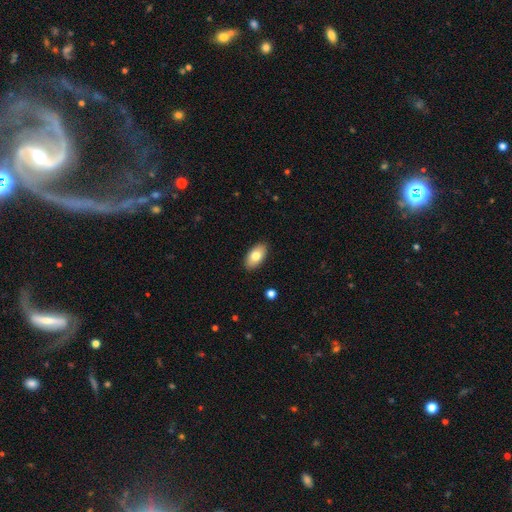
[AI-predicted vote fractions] smooth_or_featured: smooth (p=0.79) [alt: featured or disk p=0.15]
how_rounded: in between (p=0.94) [alt: round p=0.03]
merging: none (p=0.89) [alt: minor disturbance p=0.08]